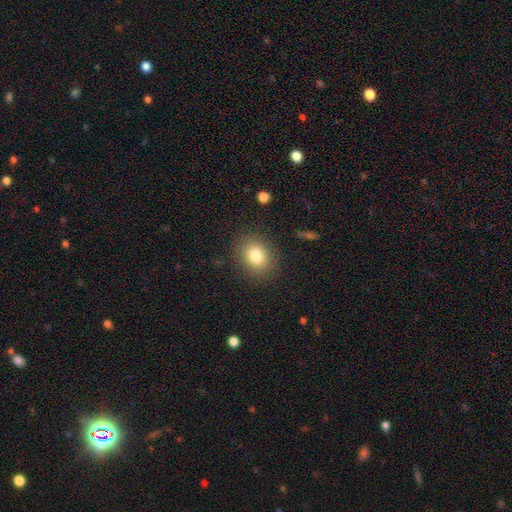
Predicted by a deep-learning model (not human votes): Smooth or featured?
  - smooth: 81% *
  - star or artifact: 10%
  - featured or disk: 9%
How rounded?
  - round: 50% *
  - in between: 49%
  - cigar-shaped: 1%
Merging?
  - none: 86% *
  - minor disturbance: 9%
  - major disturbance: 3%
  - merger: 1%